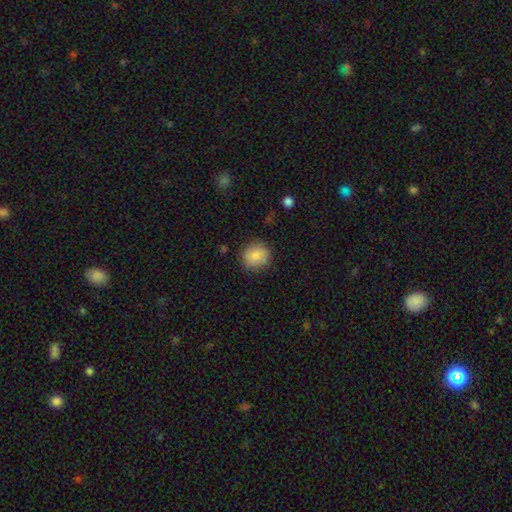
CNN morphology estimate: A smooth galaxy with no disk features (85%) that is round (85%).

Vote fractions:
- Smooth or featured? smooth: 85% / star or artifact: 8% / featured or disk: 7%
- How rounded? round: 85% / in between: 14% / cigar-shaped: 1%
- Merging? none: 83% / minor disturbance: 12% / major disturbance: 3% / merger: 1%